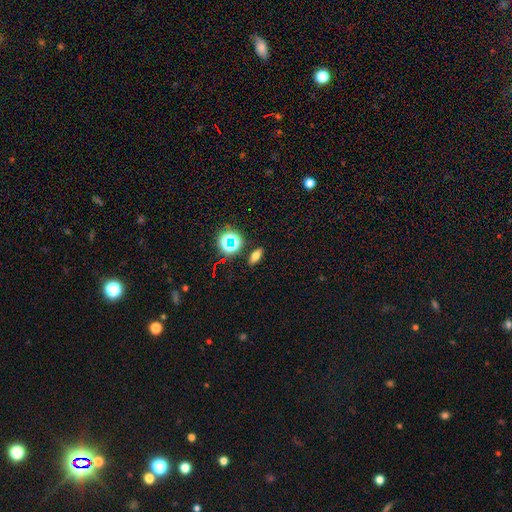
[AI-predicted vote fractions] Overall: smooth (64%). How rounded: in between (73%). Merging: none (87%).